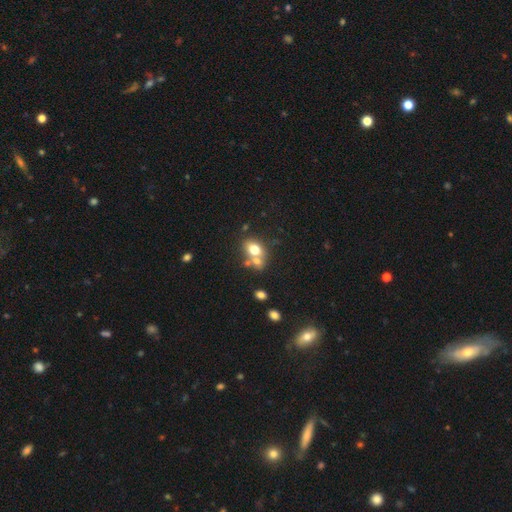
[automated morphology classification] Smooth or featured? smooth (69%)
How rounded? in between (58%)
Merging? none (43%)